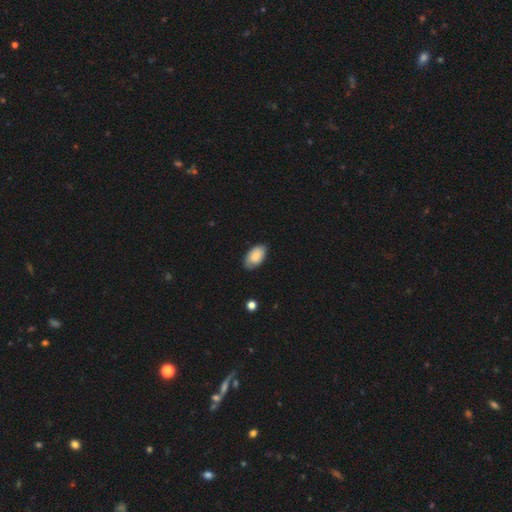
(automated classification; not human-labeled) Smooth or featured?
  - smooth: 77% *
  - featured or disk: 17%
  - star or artifact: 7%
How rounded?
  - in between: 95% *
  - round: 4%
  - cigar-shaped: 2%
Merging?
  - none: 75% *
  - minor disturbance: 20%
  - major disturbance: 3%
  - merger: 1%